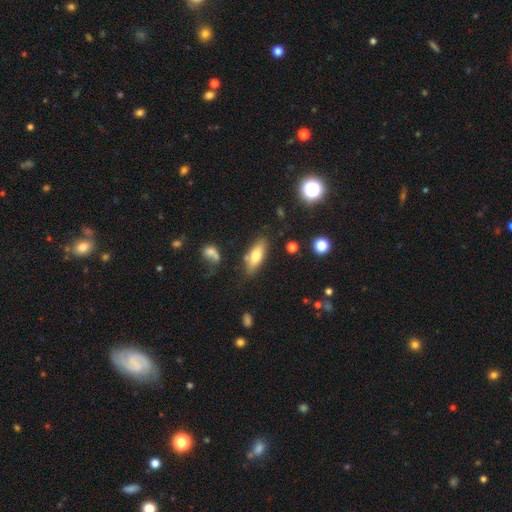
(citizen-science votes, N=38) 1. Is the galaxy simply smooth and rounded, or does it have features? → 63% smooth, 34% featured or disk, 3% star or artifact.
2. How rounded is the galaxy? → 62% in between, 29% cigar-shaped, 8% round.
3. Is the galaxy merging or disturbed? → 59% none, 22% merger, 16% minor disturbance, 3% major disturbance.